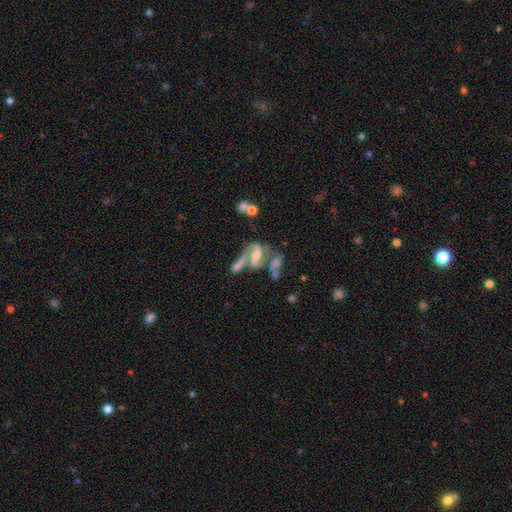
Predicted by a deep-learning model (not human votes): featured or disk 70%, smooth 19%, star or artifact 10%. Down the decision tree: edge-on disk — no (94%); bar — weak (38%, tied with no); spiral arms — yes (78%); spiral arm count — 2 (72%); spiral winding — loose (45%); bulge size — moderate (40%); merging — merger (46%).